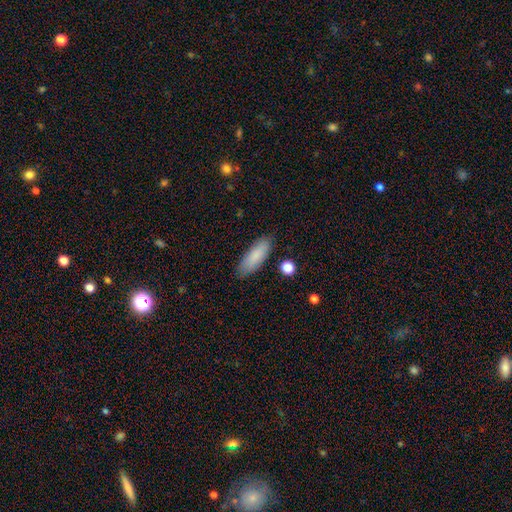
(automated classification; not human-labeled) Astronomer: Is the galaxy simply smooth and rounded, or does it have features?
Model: smooth — 85%.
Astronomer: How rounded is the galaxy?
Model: in between — 61% (runner-up: cigar-shaped, 38%).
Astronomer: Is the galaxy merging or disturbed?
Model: none — 85%.